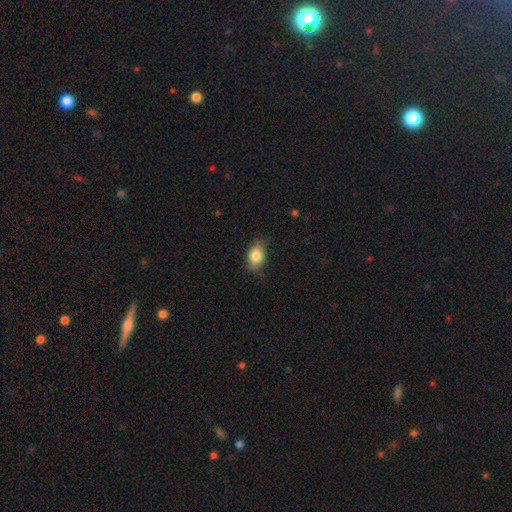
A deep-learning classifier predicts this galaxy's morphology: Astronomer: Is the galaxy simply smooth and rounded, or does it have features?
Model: smooth — 83%.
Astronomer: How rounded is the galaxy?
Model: in between — 80%.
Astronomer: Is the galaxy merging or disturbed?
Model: none — 70%.